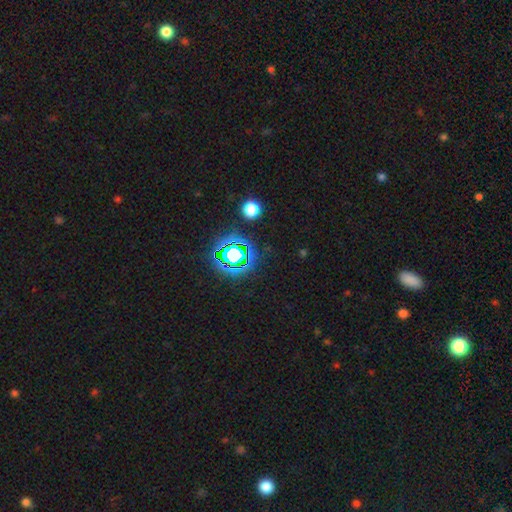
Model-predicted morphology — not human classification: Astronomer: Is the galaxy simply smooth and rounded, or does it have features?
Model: star or artifact — 79%.